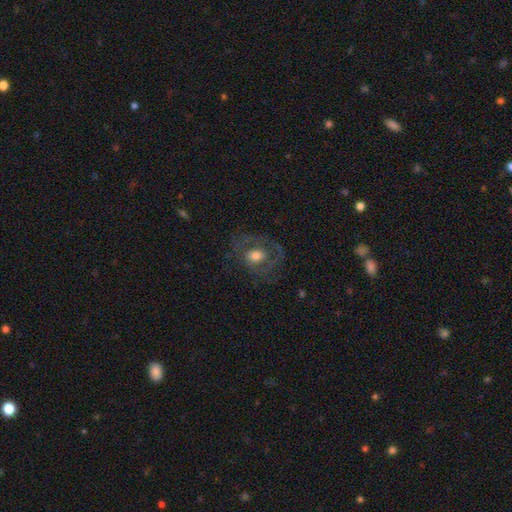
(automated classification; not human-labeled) A featured or disk galaxy (52%).

Vote fractions:
- Smooth or featured? featured or disk: 52% / smooth: 39% / star or artifact: 9%
- Edge-on disk? no: 95% / yes: 5%
- Merging? none: 63% / minor disturbance: 18% / major disturbance: 17% / merger: 2%